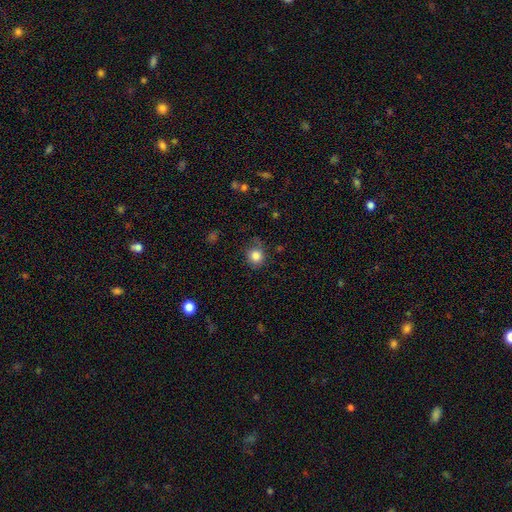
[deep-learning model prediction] This is clearly a smooth galaxy (84%). How rounded: clearly round (83%). Merging: likely none (70%).